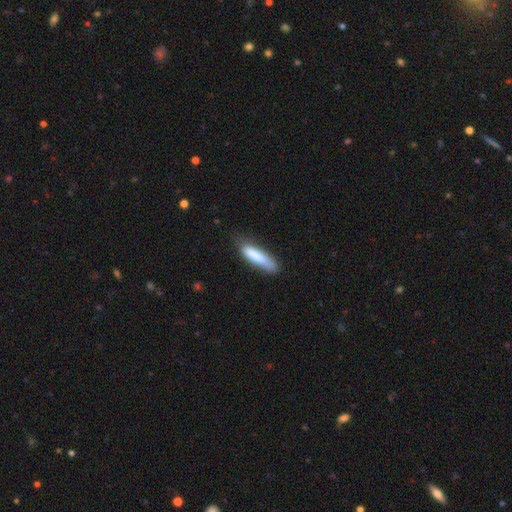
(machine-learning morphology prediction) Smooth or featured? smooth (79%)
How rounded? cigar-shaped (76%)
Merging? none (66%)